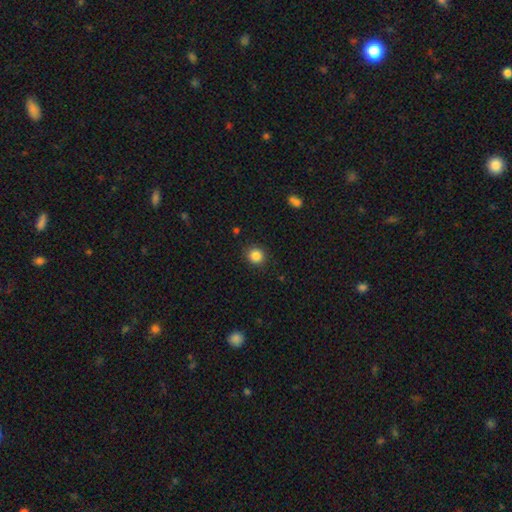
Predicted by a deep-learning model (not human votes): A smooth galaxy with no disk features (86%) that is round (87%). Merging: none (89%).